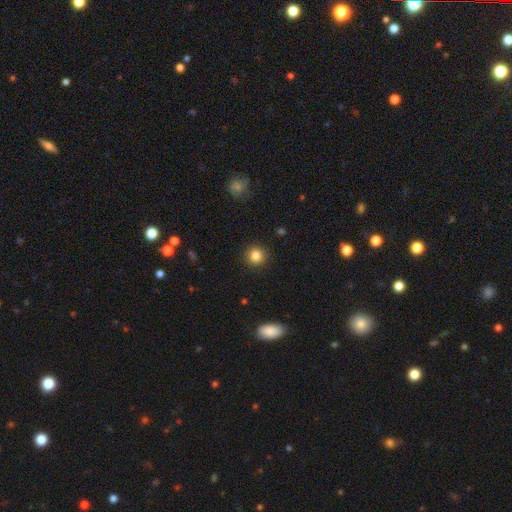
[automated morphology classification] A smooth galaxy with no disk features (84%) that is round (94%). Merging: none (92%).